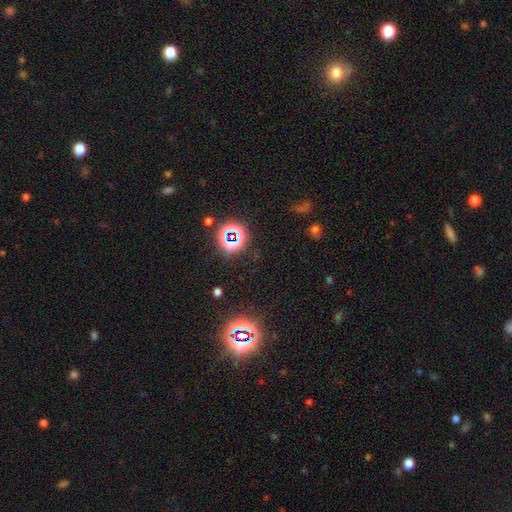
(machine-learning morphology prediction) Overall: star or artifact (76%).